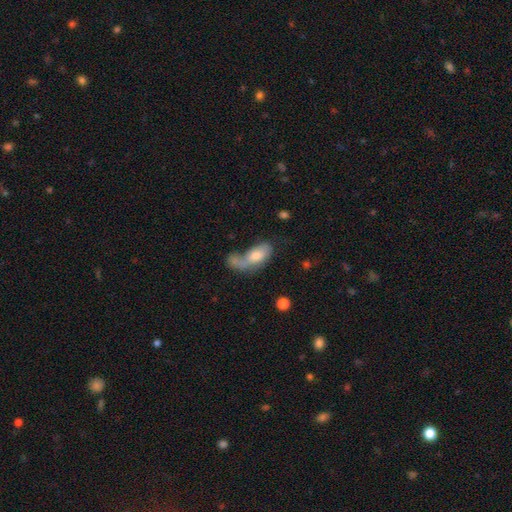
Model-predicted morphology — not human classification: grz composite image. It shows a smooth galaxy with no disk features (59%) that is in between round and cigar-shaped (81%). Merging: merger (32%).